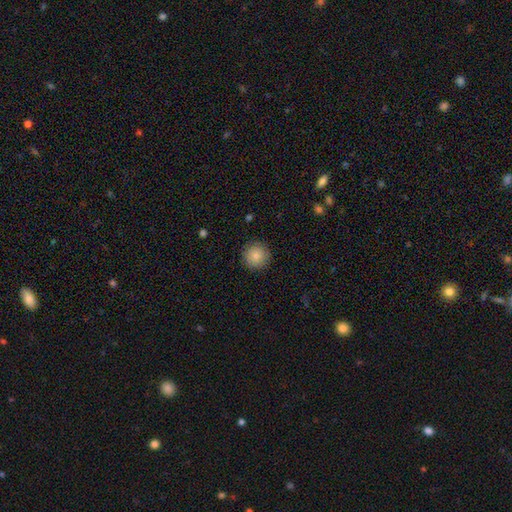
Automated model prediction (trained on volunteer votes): A smooth galaxy with no disk features (86%) that is round (95%).

Vote fractions:
- Smooth or featured? smooth: 86% / star or artifact: 9% / featured or disk: 6%
- How rounded? round: 95% / in between: 4% / cigar-shaped: 1%
- Merging? none: 90% / minor disturbance: 7% / major disturbance: 2% / merger: 1%